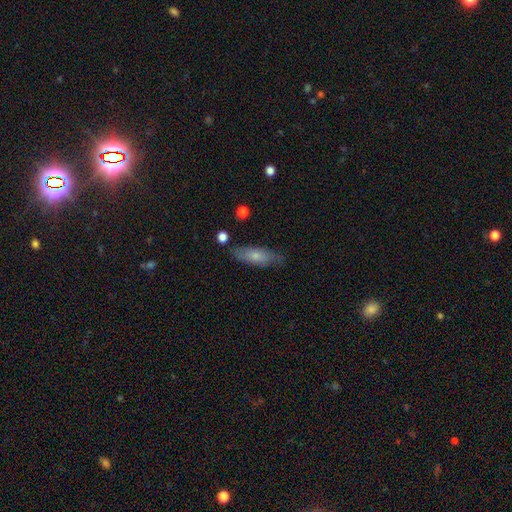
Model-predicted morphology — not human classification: smooth_or_featured: smooth (p=0.68) [alt: featured or disk p=0.26]
how_rounded: in between (p=0.59) [alt: cigar-shaped p=0.39]
merging: none (p=0.75) [alt: minor disturbance p=0.19]